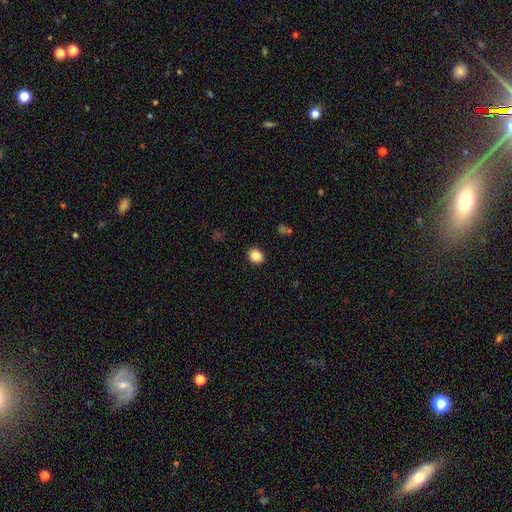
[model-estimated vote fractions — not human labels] Smooth or featured?
  - smooth: 85% *
  - star or artifact: 9%
  - featured or disk: 5%
How rounded?
  - round: 56% *
  - in between: 43%
  - cigar-shaped: 1%
Merging?
  - none: 90% *
  - minor disturbance: 7%
  - major disturbance: 2%
  - merger: 1%